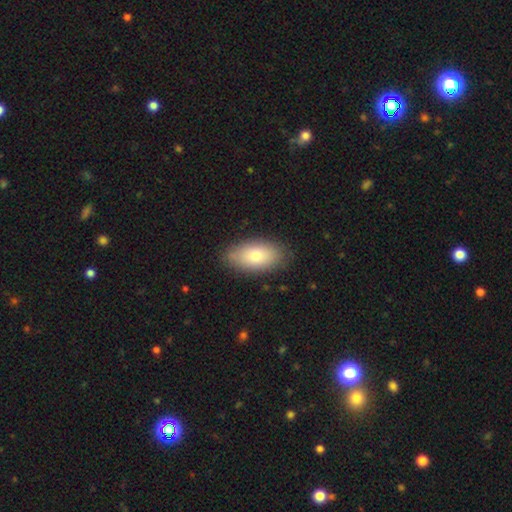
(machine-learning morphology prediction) Smooth or featured: smooth — 76% (featured or disk — 17%)
How rounded: in between — 92% (round — 4%)
Merging: none — 85% (minor disturbance — 11%)